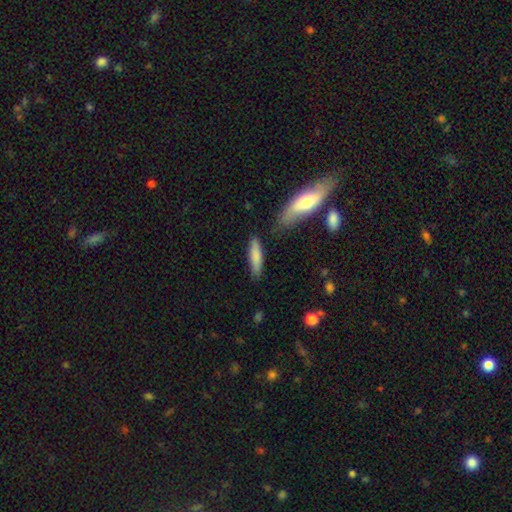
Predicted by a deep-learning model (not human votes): Overall: smooth (79%). How rounded: cigar-shaped (71%). Merging: none (78%).